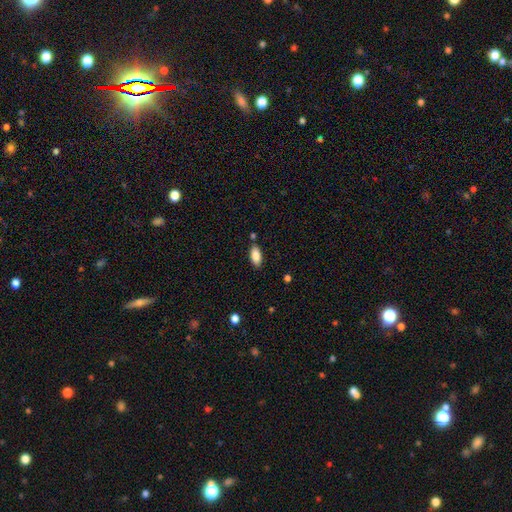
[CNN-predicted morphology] This is clearly a smooth galaxy (87%). How rounded: clearly in between (89%). Merging: clearly none (82%).